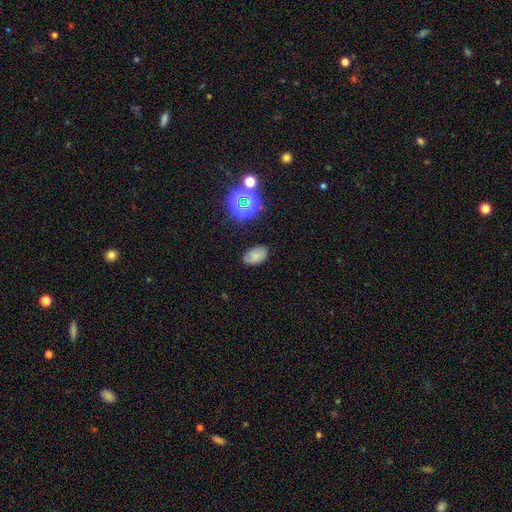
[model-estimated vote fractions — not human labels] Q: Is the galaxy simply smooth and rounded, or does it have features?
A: smooth — 70%.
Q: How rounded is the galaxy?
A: in between — 90%.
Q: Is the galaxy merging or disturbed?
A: none — 79%.